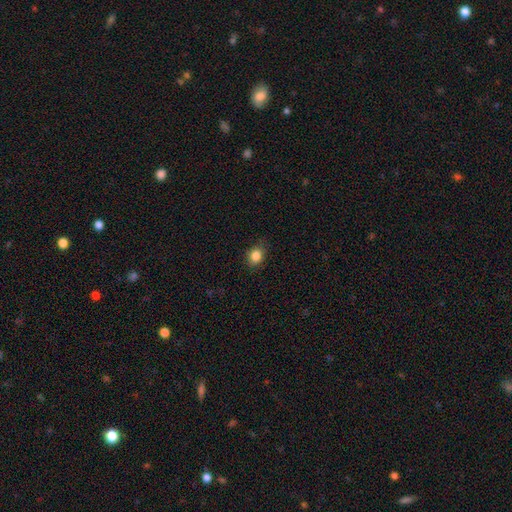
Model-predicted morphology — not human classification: Overall: smooth (85%). How rounded: round (63%; in between 36%). Merging: none (84%).